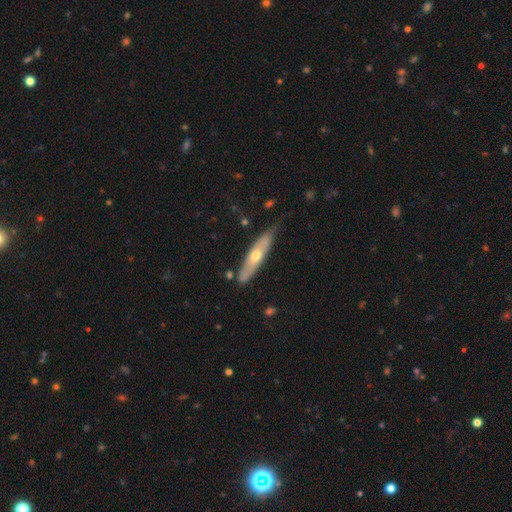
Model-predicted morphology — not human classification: Overall: featured or disk (53%; smooth 41%). Edge-on disk: yes (74%). Merging: none (73%).